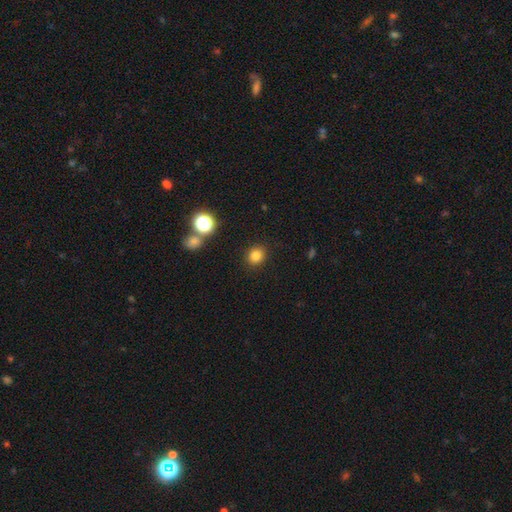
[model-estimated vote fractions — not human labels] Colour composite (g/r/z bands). It shows a smooth galaxy with no disk features (82%) that is round (82%). Merging: none (90%).